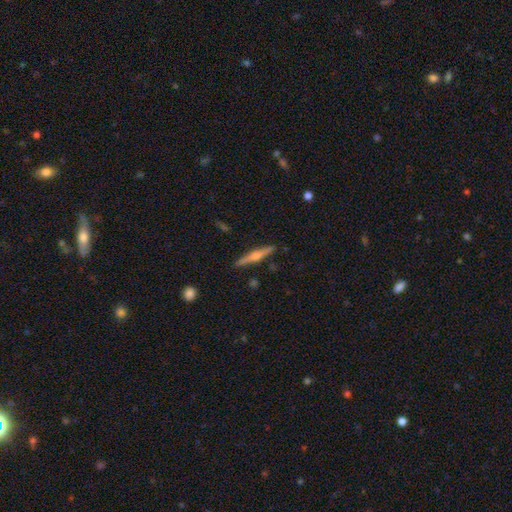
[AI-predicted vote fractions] A featured or disk galaxy (63%) viewed edge-on (98%) with a rounded central bulge (82%).

Vote fractions:
- Smooth or featured? featured or disk: 63% / smooth: 31% / star or artifact: 6%
- Edge-on disk? yes: 98% / no: 2%
- Edge-on bulge? rounded: 82% / boxy: 10% / none: 8%
- Merging? none: 90% / minor disturbance: 7% / major disturbance: 2% / merger: 1%